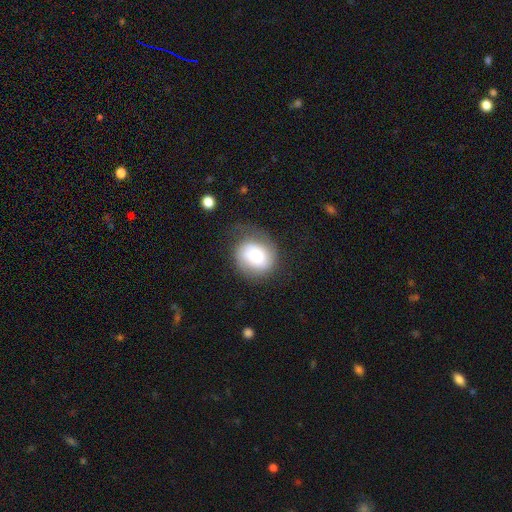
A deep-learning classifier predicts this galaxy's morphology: This is possibly a smooth galaxy (58%). How rounded: likely round (67%). Merging: possibly none (51%).